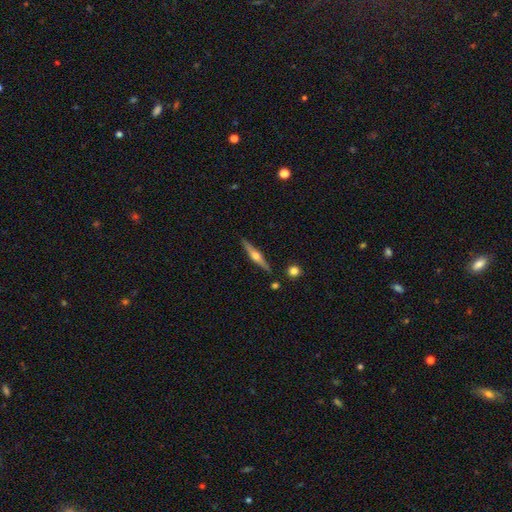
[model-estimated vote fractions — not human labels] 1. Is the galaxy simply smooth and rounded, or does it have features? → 71% featured or disk, 23% smooth, 6% star or artifact.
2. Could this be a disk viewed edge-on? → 97% yes, 3% no.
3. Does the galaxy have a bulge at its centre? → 93% rounded, 4% boxy, 3% none.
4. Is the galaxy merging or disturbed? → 87% none, 8% minor disturbance, 3% merger, 2% major disturbance.